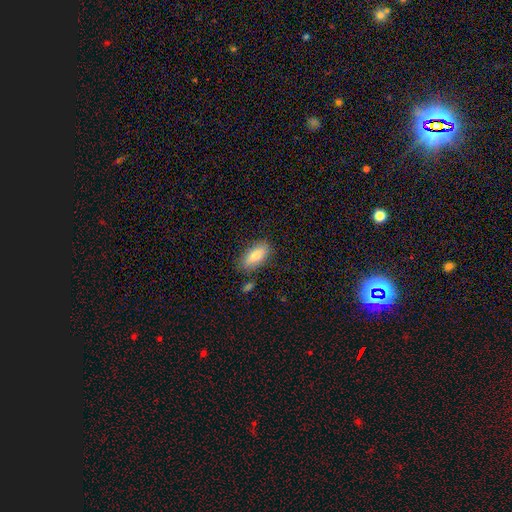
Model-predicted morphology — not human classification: Smooth or featured? Predicted: smooth (p=0.77). How rounded? Predicted: in between (p=0.82). Merging? Predicted: none (p=0.79).